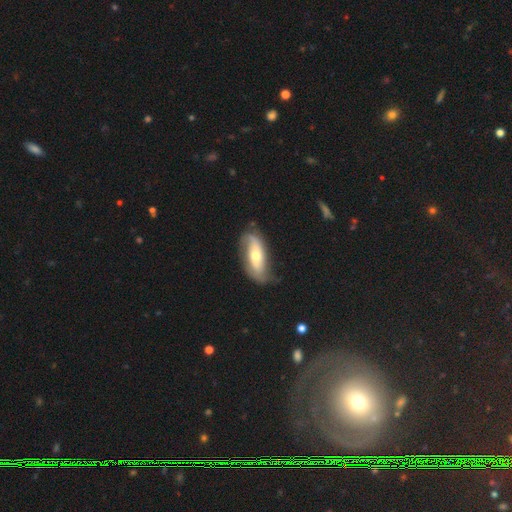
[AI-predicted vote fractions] Smooth or featured? Predicted: featured or disk (p=0.64). Edge-on disk? Predicted: no (p=0.85). Bar? Predicted: no (p=0.52). Spiral arms? Predicted: yes (p=0.82). Bulge size? Predicted: moderate (p=0.63). Merging? Predicted: none (p=0.63).